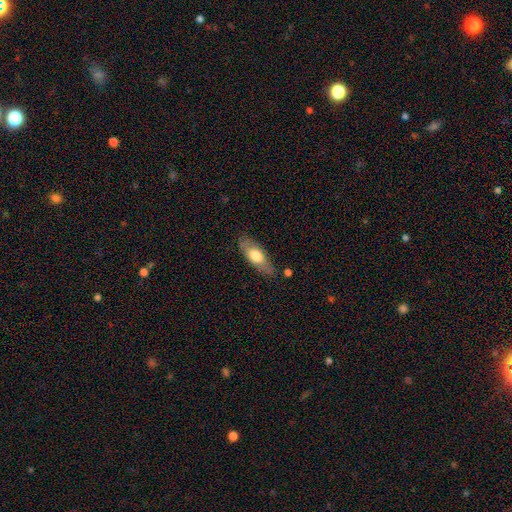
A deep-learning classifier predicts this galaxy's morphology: Overall: smooth (65%; featured or disk 29%). How rounded: in between (69%). Merging: none (78%).